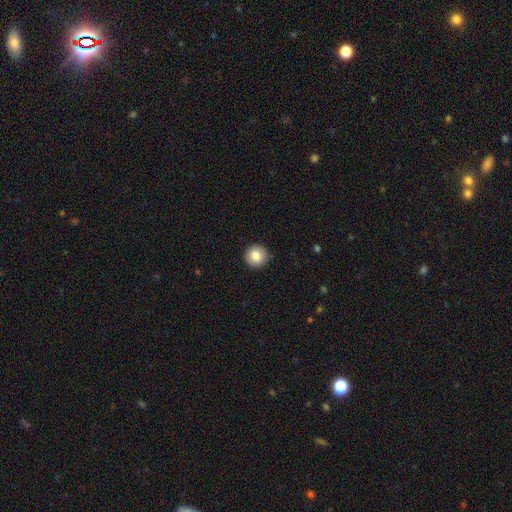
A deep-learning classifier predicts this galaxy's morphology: smooth-or-featured: smooth: 83% | star or artifact: 8% | featured or disk: 8%
  how-rounded: round: 95% | in between: 4% | cigar-shaped: 1%
  merging: none: 92% | minor disturbance: 6% | major disturbance: 2% | merger: 1%